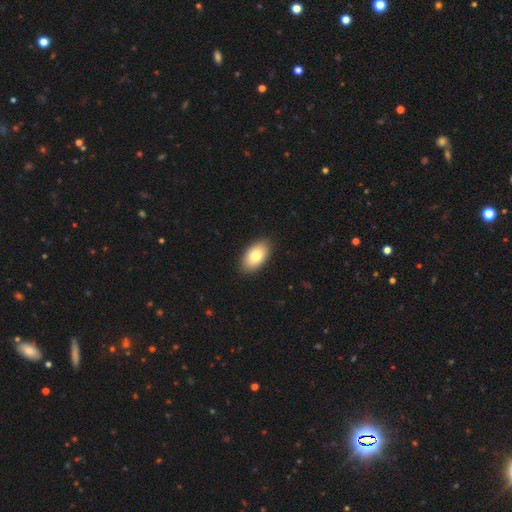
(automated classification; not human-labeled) Q: Smooth or featured?
A: smooth (79%); runner-up: featured or disk (14%)
Q: How rounded?
A: in between (93%); runner-up: round (5%)
Q: Merging?
A: none (89%); runner-up: minor disturbance (8%)